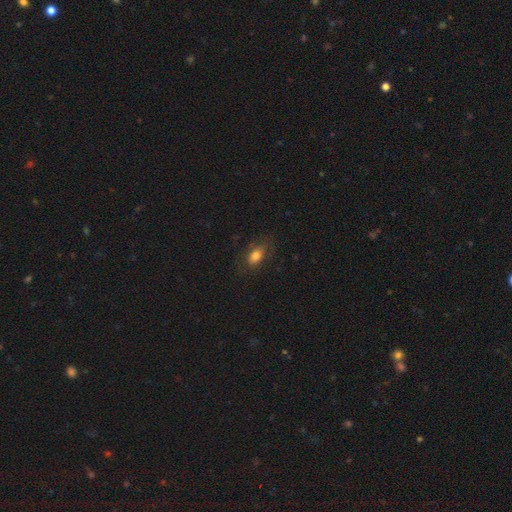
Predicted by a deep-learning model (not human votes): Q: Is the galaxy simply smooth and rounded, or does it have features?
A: smooth — 79%.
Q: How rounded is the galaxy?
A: in between — 83%.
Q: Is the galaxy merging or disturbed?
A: none — 73%.